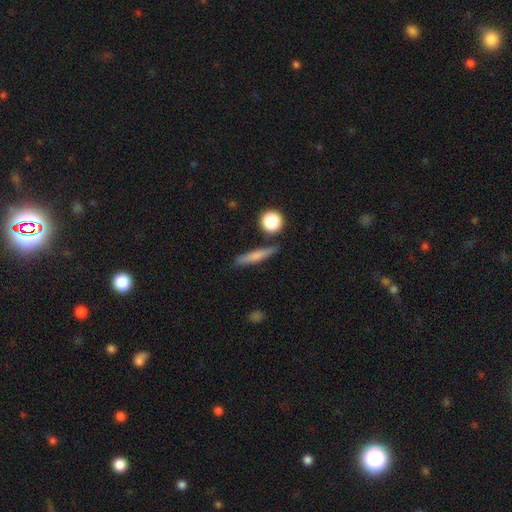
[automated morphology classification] A smooth galaxy with no disk features (67%) that is cigar-shaped (81%). Merging: none (82%).